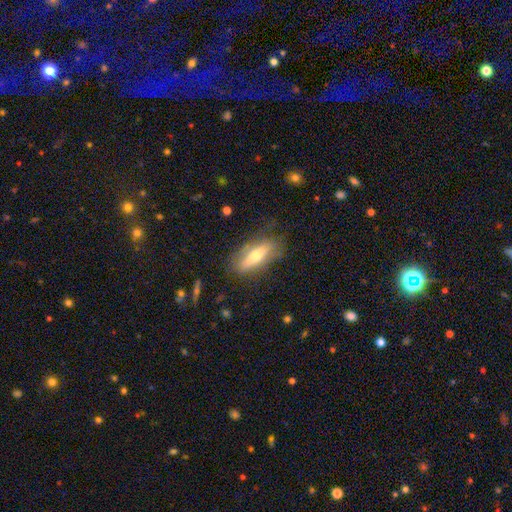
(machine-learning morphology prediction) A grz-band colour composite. It shows a smooth galaxy with no disk features (58%) that is in between round and cigar-shaped (55%). Merging: none (75%).